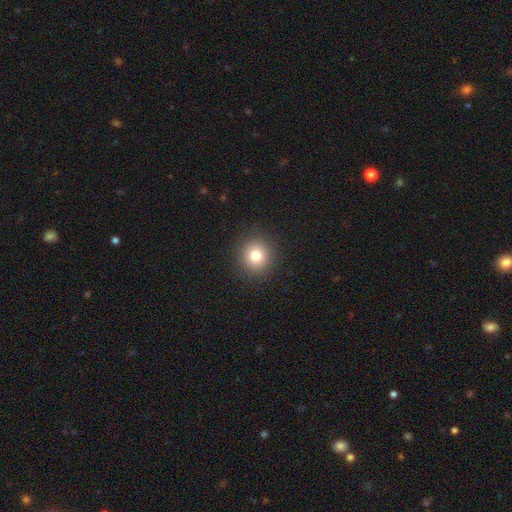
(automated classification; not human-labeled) Smooth or featured?
  - smooth: 80% *
  - star or artifact: 12%
  - featured or disk: 8%
How rounded?
  - round: 92% *
  - in between: 7%
  - cigar-shaped: 1%
Merging?
  - none: 91% *
  - minor disturbance: 6%
  - major disturbance: 2%
  - merger: 1%